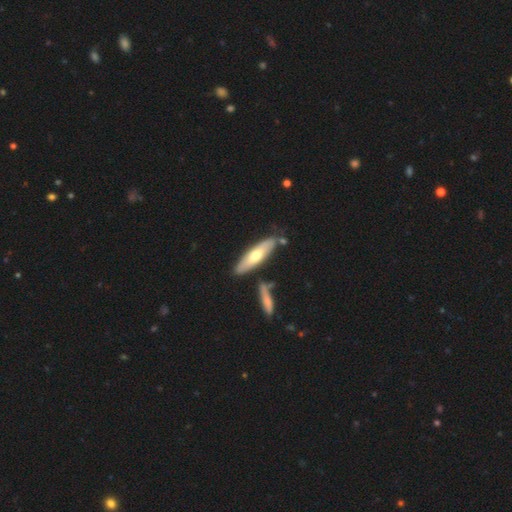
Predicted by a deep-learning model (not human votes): Overall: smooth (56%; featured or disk 39%). How rounded: cigar-shaped (59%; in between 39%). Merging: none (77%).